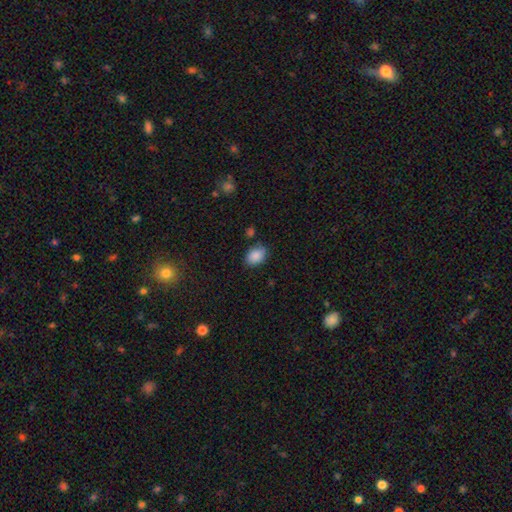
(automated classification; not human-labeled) Overall: smooth (88%). How rounded: in between (78%). Merging: none (77%).